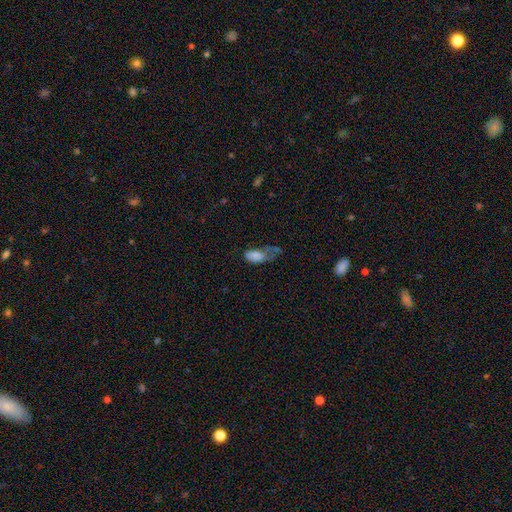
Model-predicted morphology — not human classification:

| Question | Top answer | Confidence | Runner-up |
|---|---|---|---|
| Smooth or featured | smooth | 69% | featured or disk (22%) |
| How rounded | in between | 91% | cigar-shaped (5%) |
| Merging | major disturbance | 55% | minor disturbance (21%) |